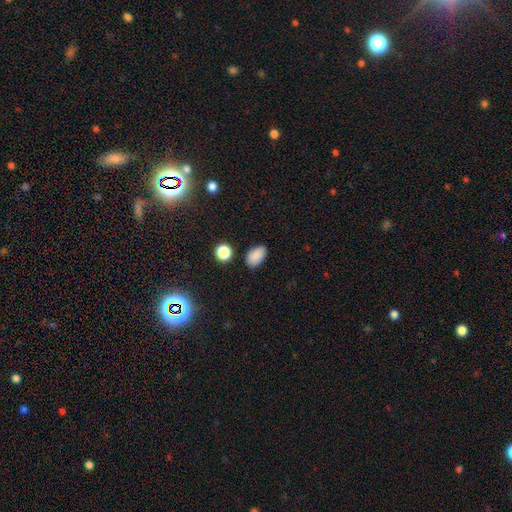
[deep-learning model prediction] Morphology: type=smooth (87%); roundness=in between (91%); merging=none (83%).